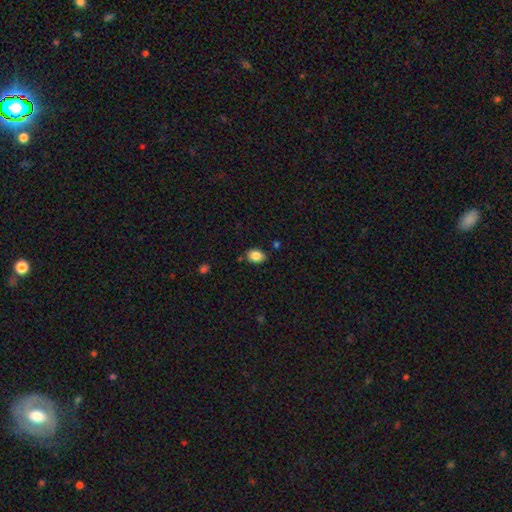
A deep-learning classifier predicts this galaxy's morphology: Smooth or featured: smooth — 86% (star or artifact — 9%)
How rounded: in between — 74% (round — 25%)
Merging: none — 81% (minor disturbance — 13%)